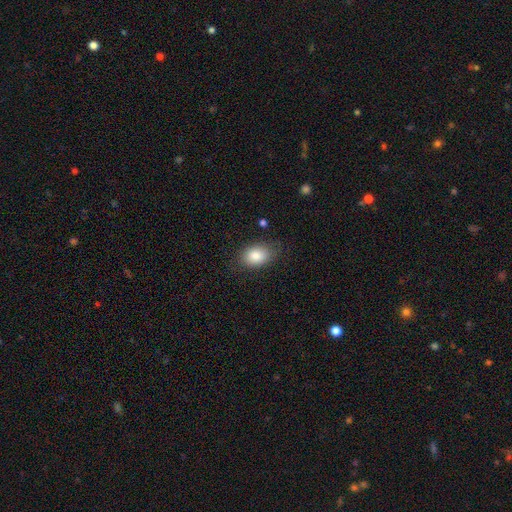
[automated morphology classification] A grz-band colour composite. It shows a smooth galaxy with no disk features (84%) that is in between round and cigar-shaped (80%). Merging: none (80%).